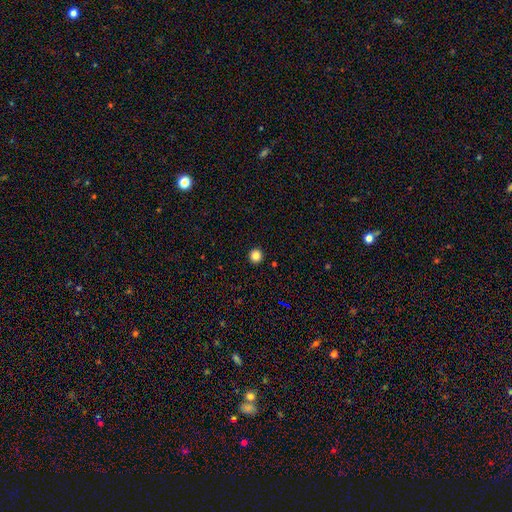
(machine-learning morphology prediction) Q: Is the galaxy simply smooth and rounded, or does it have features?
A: smooth — 84%.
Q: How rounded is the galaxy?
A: round — 96%.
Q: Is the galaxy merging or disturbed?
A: none — 94%.